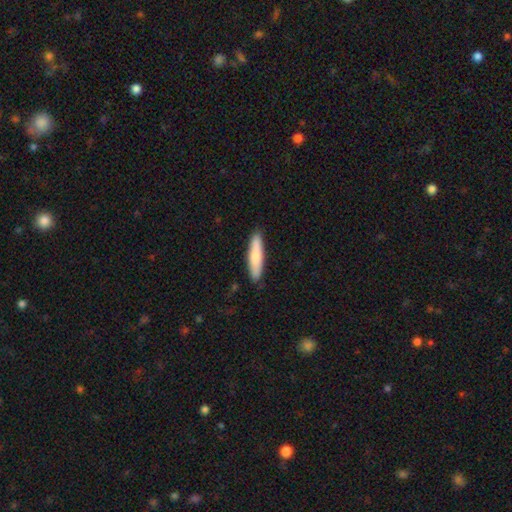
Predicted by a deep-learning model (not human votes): A smooth galaxy with no disk features (72%) that is cigar-shaped (80%).

Vote fractions:
- Smooth or featured? smooth: 72% / featured or disk: 22% / star or artifact: 5%
- How rounded? cigar-shaped: 80% / in between: 18% / round: 1%
- Merging? none: 88% / minor disturbance: 9% / major disturbance: 2% / merger: 1%